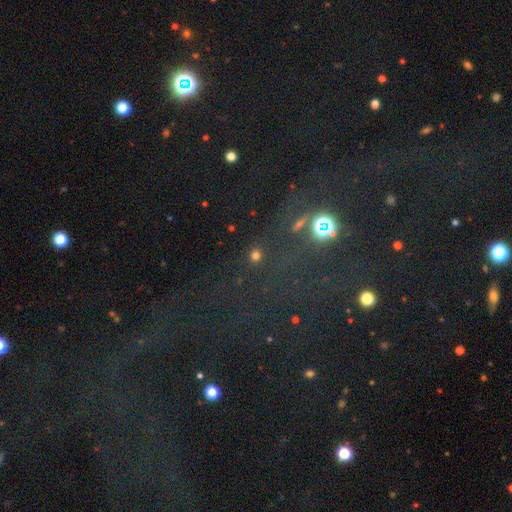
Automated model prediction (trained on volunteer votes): Smooth or featured: smooth — 67% (star or artifact — 27%)
How rounded: round — 88% (in between — 10%)
Merging: none — 85% (minor disturbance — 7%)